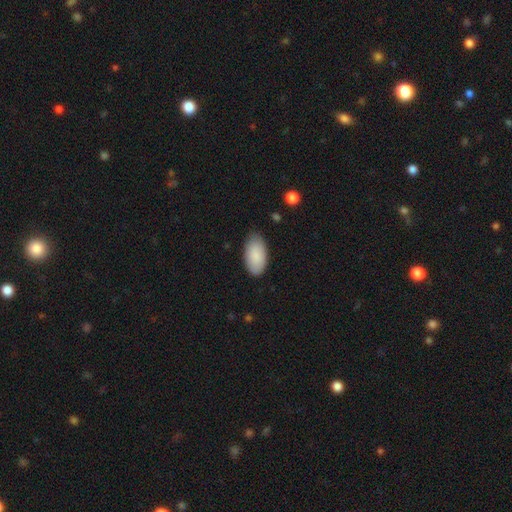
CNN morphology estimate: smooth_or_featured: smooth (p=0.88) [alt: featured or disk p=0.07]
how_rounded: in between (p=0.96) [alt: round p=0.02]
merging: none (p=0.82) [alt: minor disturbance p=0.15]